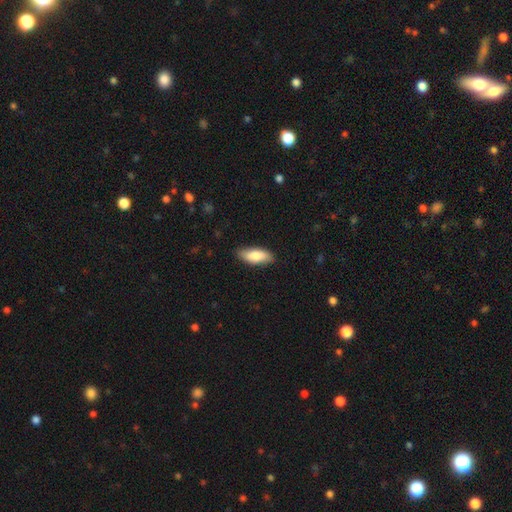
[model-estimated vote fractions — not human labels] Q: Smooth or featured?
A: smooth (81%); runner-up: featured or disk (14%)
Q: How rounded?
A: in between (75%); runner-up: cigar-shaped (23%)
Q: Merging?
A: none (84%); runner-up: minor disturbance (13%)